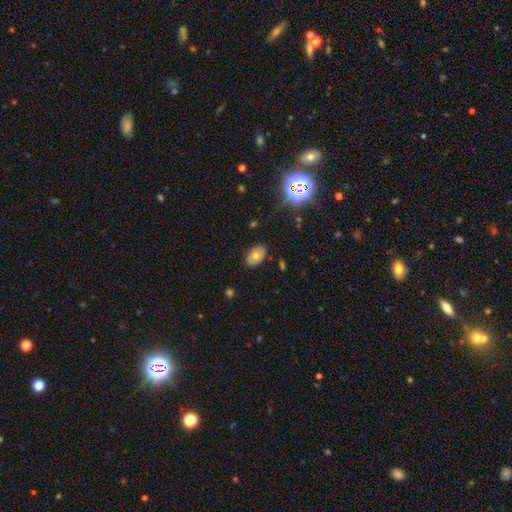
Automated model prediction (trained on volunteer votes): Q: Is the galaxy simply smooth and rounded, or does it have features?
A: smooth — 67%.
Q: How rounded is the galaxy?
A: in between — 90%.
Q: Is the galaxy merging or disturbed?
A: none — 85%.